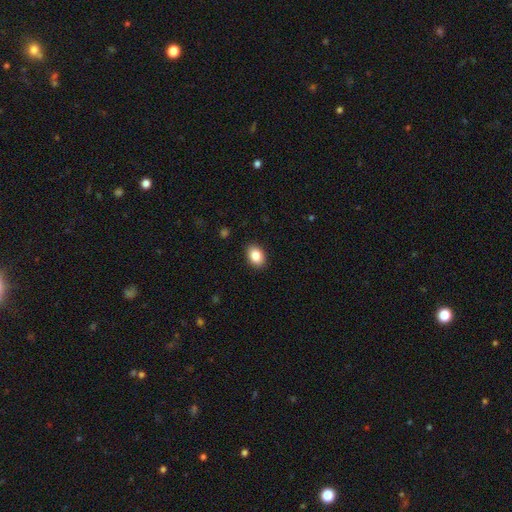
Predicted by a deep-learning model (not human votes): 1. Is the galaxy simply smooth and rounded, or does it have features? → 86% smooth, 8% star or artifact, 6% featured or disk.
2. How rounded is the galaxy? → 76% in between, 23% round, 1% cigar-shaped.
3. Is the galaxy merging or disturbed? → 89% none, 8% minor disturbance, 2% major disturbance, 1% merger.